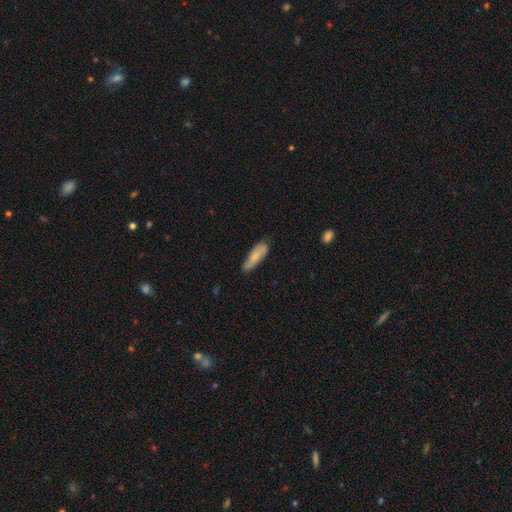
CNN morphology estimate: type=smooth (71%); roundness=cigar-shaped (54%); merging=none (73%).